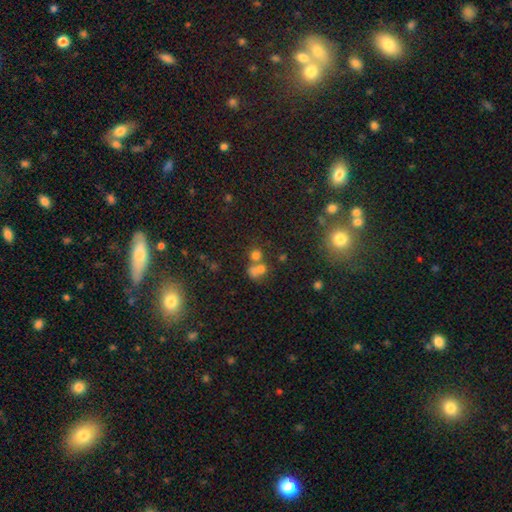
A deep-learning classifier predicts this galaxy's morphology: This is likely a smooth galaxy (65%). How rounded: likely round (79%). Merging: possibly merger (48%).